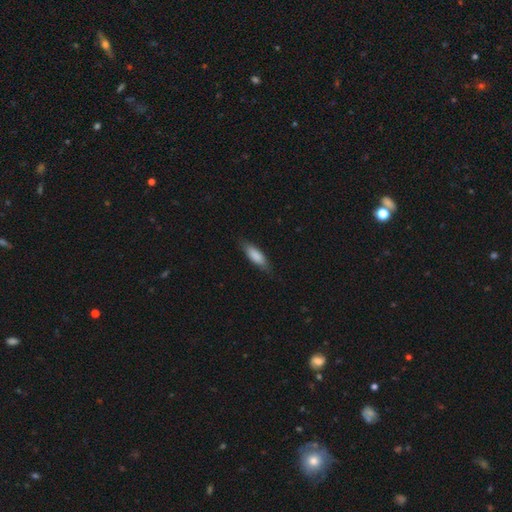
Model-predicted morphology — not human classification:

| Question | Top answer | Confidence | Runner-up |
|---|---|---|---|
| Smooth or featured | smooth | 84% | featured or disk (10%) |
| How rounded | in between | 59% | cigar-shaped (39%) |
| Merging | none | 80% | minor disturbance (16%) |